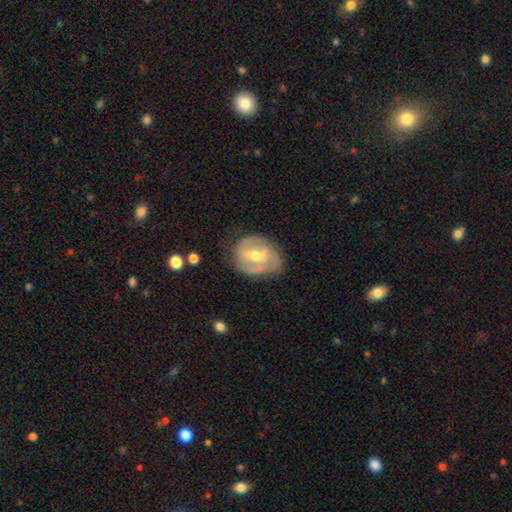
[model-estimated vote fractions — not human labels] This appears to be a featured or disk galaxy (67%) with a weak bar (45%), spiral arms (60%) and a moderate central bulge (61%). Merging: none (60%).